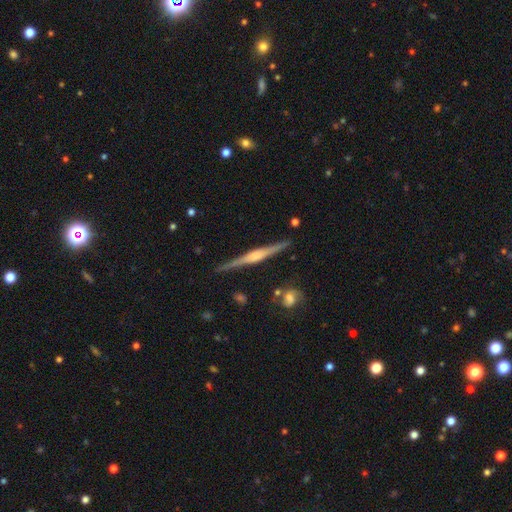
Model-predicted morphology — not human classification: A featured or disk galaxy (81%) viewed edge-on (98%) with a rounded central bulge (70%). Merging: none (89%).